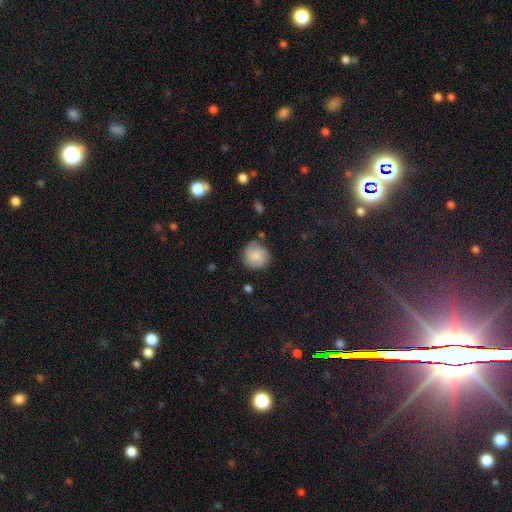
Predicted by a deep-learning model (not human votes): Morphology: type=smooth (74%); roundness=round (92%); merging=none (75%).